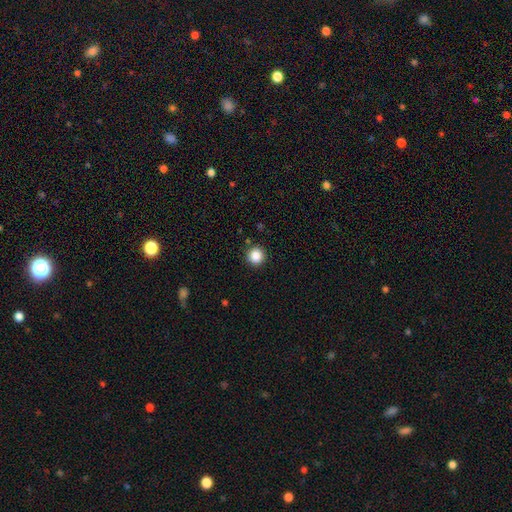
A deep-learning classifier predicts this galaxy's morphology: Overall: smooth (86%). How rounded: round (95%). Merging: none (91%).